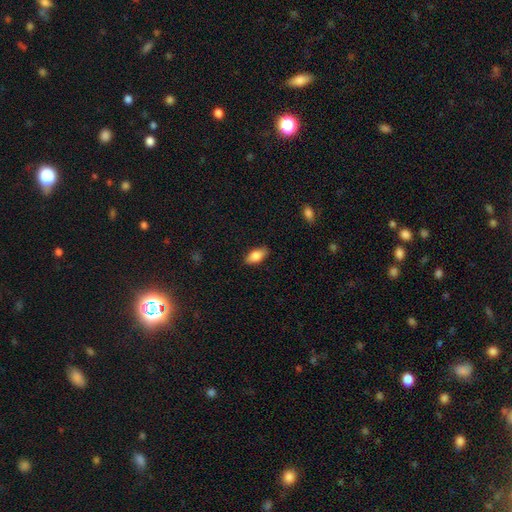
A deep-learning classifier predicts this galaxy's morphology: type=smooth (82%); roundness=in between (89%); merging=none (86%).